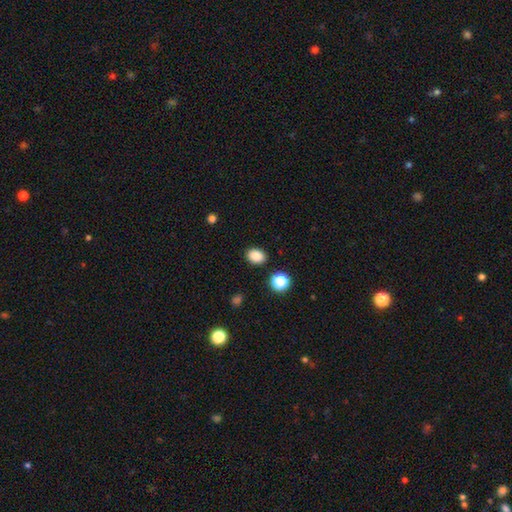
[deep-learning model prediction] This is clearly a smooth galaxy (86%). How rounded: likely in between (63%). Merging: clearly none (88%).